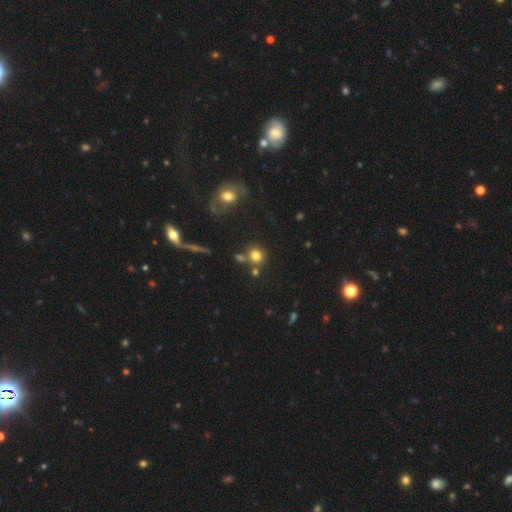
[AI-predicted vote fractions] A smooth galaxy with no disk features (77%) that is round (88%).

Vote fractions:
- Smooth or featured? smooth: 77% / star or artifact: 14% / featured or disk: 9%
- How rounded? round: 88% / in between: 11% / cigar-shaped: 1%
- Merging? none: 69% / merger: 18% / minor disturbance: 9% / major disturbance: 4%